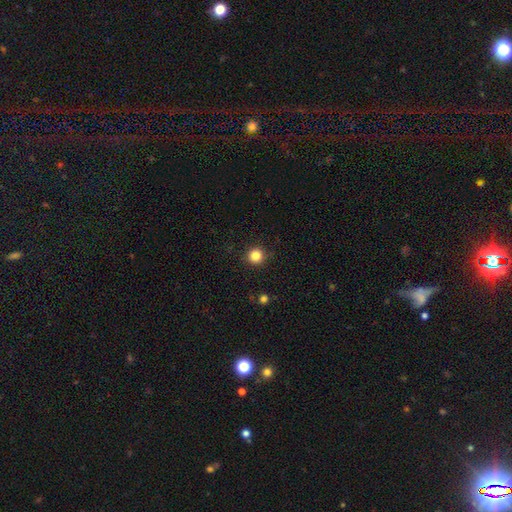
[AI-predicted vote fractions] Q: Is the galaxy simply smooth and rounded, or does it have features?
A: smooth — 84%.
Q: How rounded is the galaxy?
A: round — 95%.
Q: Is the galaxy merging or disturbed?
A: none — 92%.